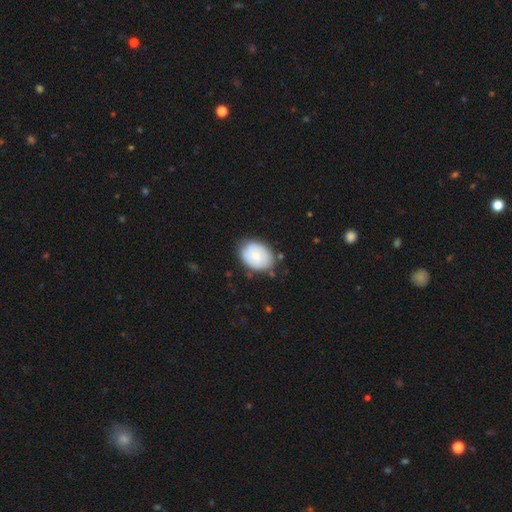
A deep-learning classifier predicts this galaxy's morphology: Overall: smooth (70%). How rounded: in between (70%). Merging: none (74%).